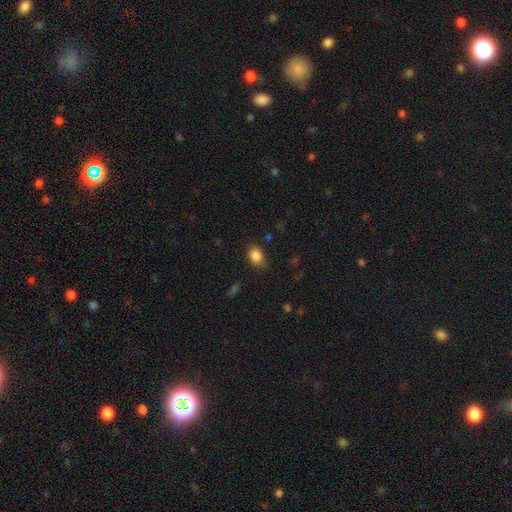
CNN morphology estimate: A smooth galaxy with no disk features (86%) that is in between round and cigar-shaped (69%).

Vote fractions:
- Smooth or featured? smooth: 86% / star or artifact: 10% / featured or disk: 4%
- How rounded? in between: 69% / round: 30% / cigar-shaped: 1%
- Merging? none: 77% / minor disturbance: 17% / major disturbance: 4% / merger: 2%